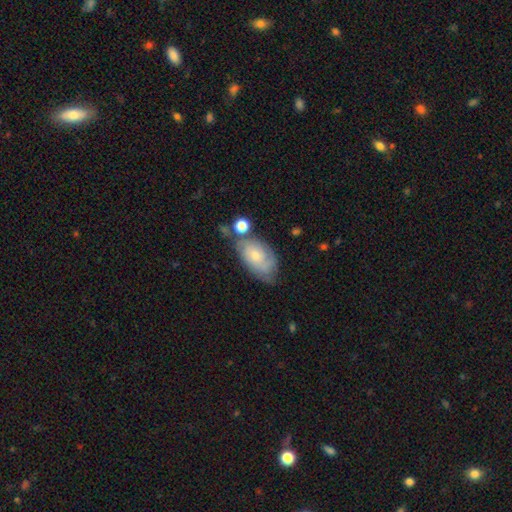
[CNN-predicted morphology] Smooth or featured? featured or disk (47%)
Merging? none (51%)